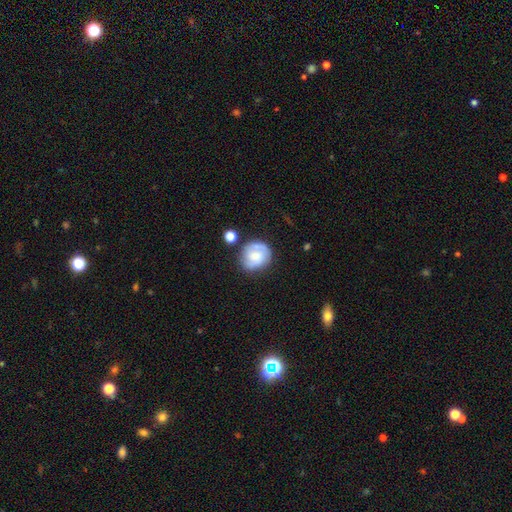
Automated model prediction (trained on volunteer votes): Q: Smooth or featured?
A: featured or disk (54%); runner-up: smooth (39%)
Q: Edge-on disk?
A: no (98%); runner-up: yes (2%)
Q: Bar?
A: no (63%); runner-up: weak (31%)
Q: Spiral arms?
A: yes (86%); runner-up: no (14%)
Q: Bulge size?
A: small (45%); runner-up: moderate (41%)
Q: Merging?
A: none (68%); runner-up: minor disturbance (19%)